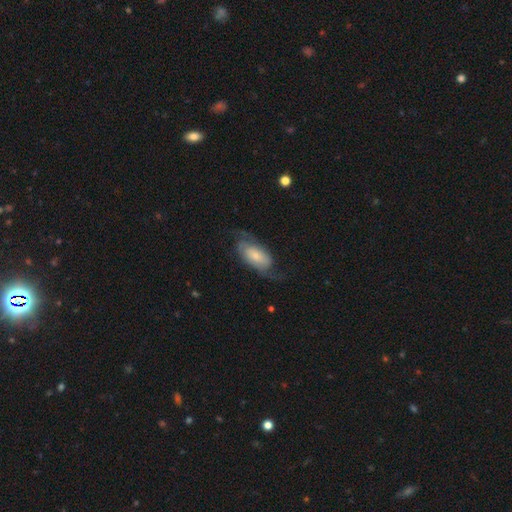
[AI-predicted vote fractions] The model was most divided on "bulge size": small: 50%, moderate: 26%, large: 11%, none: 8%, dominant: 5%. More confident: edge-on disk — no (92%); spiral arms — yes (87%); bar — no (63%); smooth or featured — featured or disk (60%); merging — none (59%).